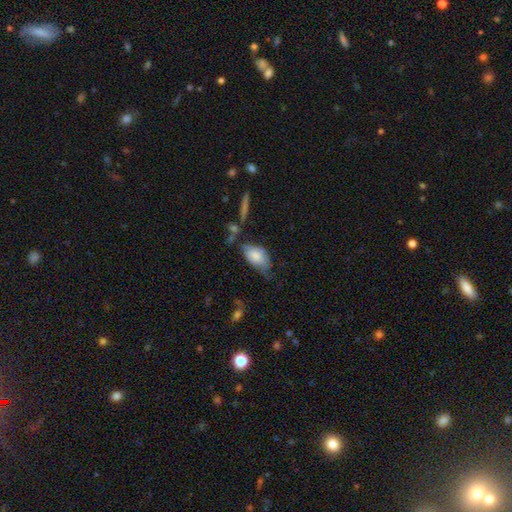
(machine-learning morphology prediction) Smooth or featured? smooth (76%)
How rounded? in between (92%)
Merging? minor disturbance (39%)